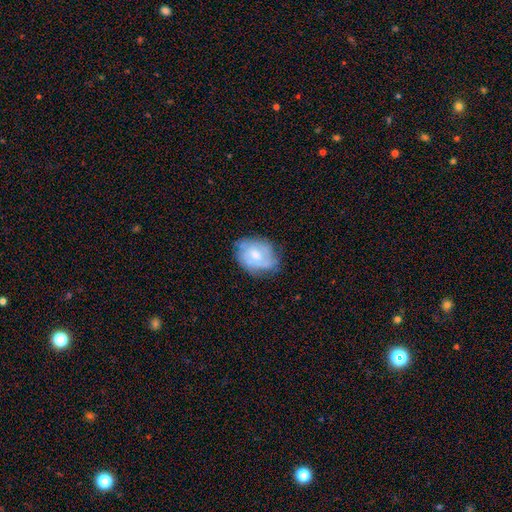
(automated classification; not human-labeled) A featured or disk galaxy (53%) with no bar (57%), spiral arms (61%) and a moderate central bulge (56%).

Vote fractions:
- Smooth or featured? featured or disk: 53% / smooth: 41% / star or artifact: 7%
- Edge-on disk? no: 96% / yes: 4%
- Bar? no: 57% / weak: 37% / strong: 6%
- Spiral arms? yes: 61% / no: 39%
- Bulge size? moderate: 56% / small: 30% / large: 7% / none: 6% / dominant: 1%
- Merging? none: 59% / minor disturbance: 29% / major disturbance: 10% / merger: 2%